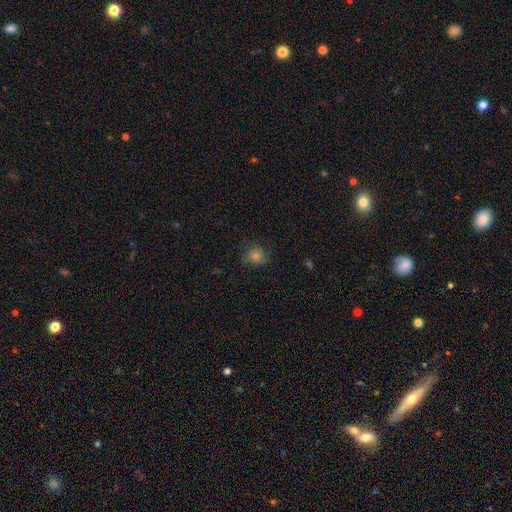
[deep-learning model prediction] smooth-or-featured: smooth: 70% | star or artifact: 16% | featured or disk: 14%
  how-rounded: round: 83% | in between: 16% | cigar-shaped: 1%
  merging: none: 76% | minor disturbance: 17% | major disturbance: 6% | merger: 1%